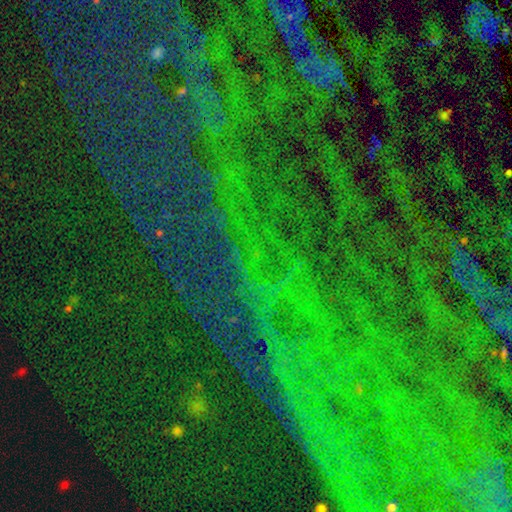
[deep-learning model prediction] A star or artifact, not a galaxy (84%).